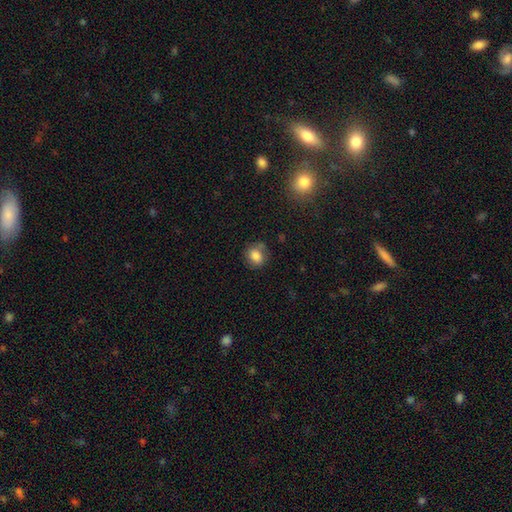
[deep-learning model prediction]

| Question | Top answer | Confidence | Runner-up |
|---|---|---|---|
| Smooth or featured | smooth | 81% | star or artifact (10%) |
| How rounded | round | 58% | in between (41%) |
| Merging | none | 68% | minor disturbance (20%) |